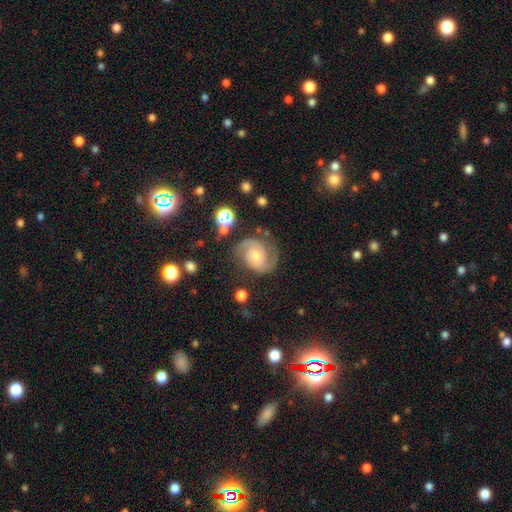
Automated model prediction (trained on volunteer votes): Overall: featured or disk (83%). Edge-on disk: no (98%). Bar: no (62%; weak 32%). Spiral arms: yes (96%). Spiral arm count: 2 (88%). Spiral winding: medium (48%; tight 39%). Bulge size: moderate (56%; small 37%). Merging: none (73%).